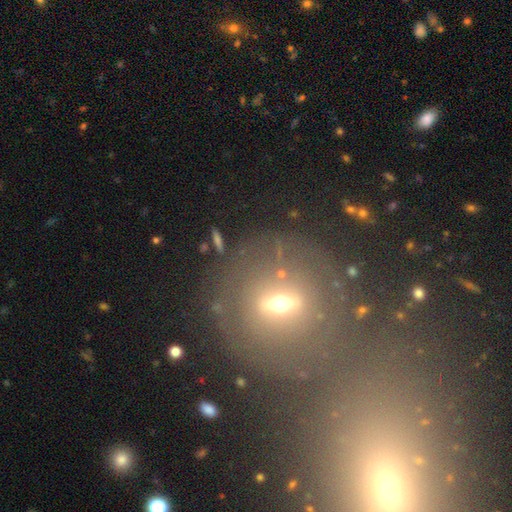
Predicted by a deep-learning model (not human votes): Q: Smooth or featured?
A: smooth (36%); runner-up: star or artifact (34%)
Q: Merging?
A: none (53%); runner-up: merger (28%)